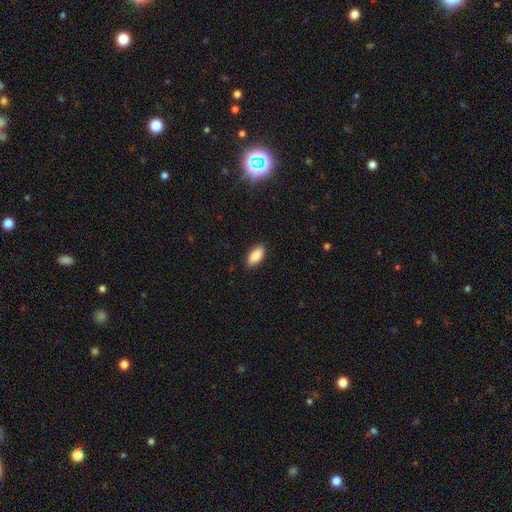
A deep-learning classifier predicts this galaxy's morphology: A smooth galaxy with no disk features (88%) that is in between round and cigar-shaped (91%). Merging: none (89%).